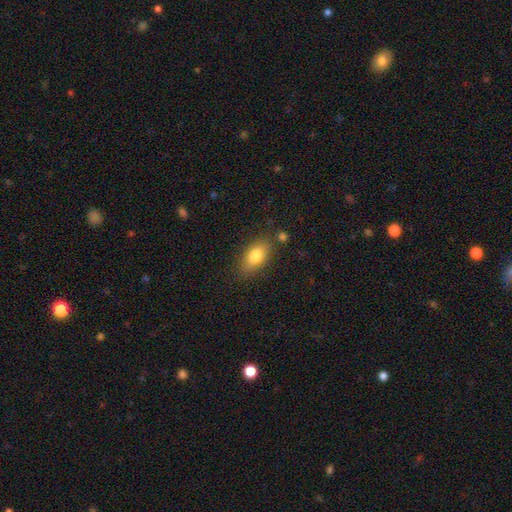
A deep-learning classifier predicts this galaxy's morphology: This appears to be a smooth galaxy with no disk features (80%) that is in between round and cigar-shaped (86%). Merging: none (79%).